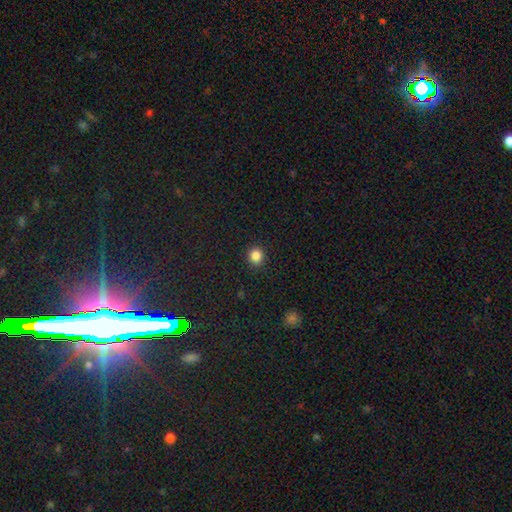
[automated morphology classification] smooth-or-featured: smooth: 85% | star or artifact: 11% | featured or disk: 3%
  how-rounded: round: 84% | in between: 15% | cigar-shaped: 1%
  merging: none: 91% | minor disturbance: 6% | major disturbance: 2% | merger: 1%